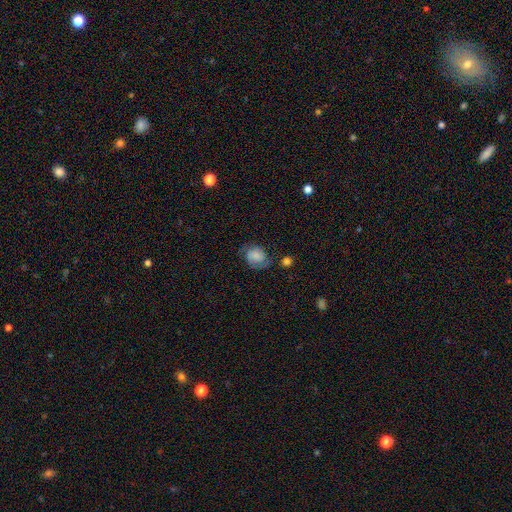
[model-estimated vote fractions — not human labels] This appears to be a featured or disk galaxy (51%). Merging: none (57%).